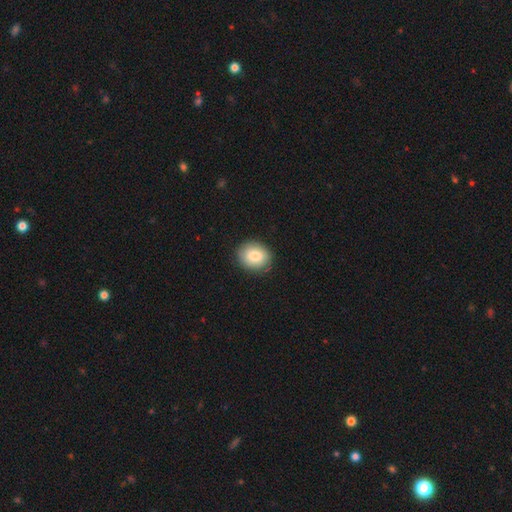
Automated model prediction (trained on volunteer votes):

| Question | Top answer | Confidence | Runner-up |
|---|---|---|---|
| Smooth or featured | smooth | 82% | featured or disk (11%) |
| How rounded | round | 60% | in between (40%) |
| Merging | none | 87% | minor disturbance (10%) |